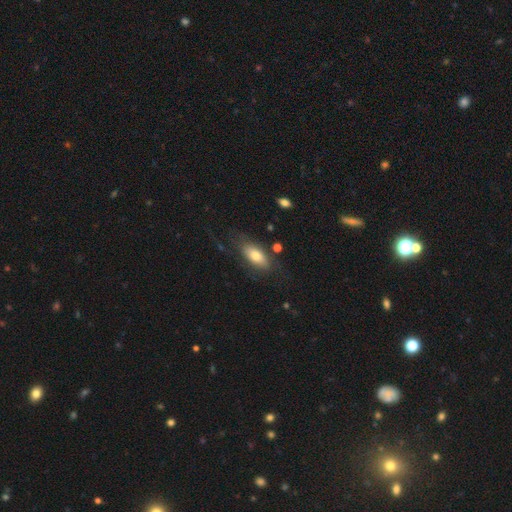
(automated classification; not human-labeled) Smooth or featured? Predicted: smooth (p=0.70). How rounded? Predicted: in between (p=0.85). Merging? Predicted: none (p=0.65).